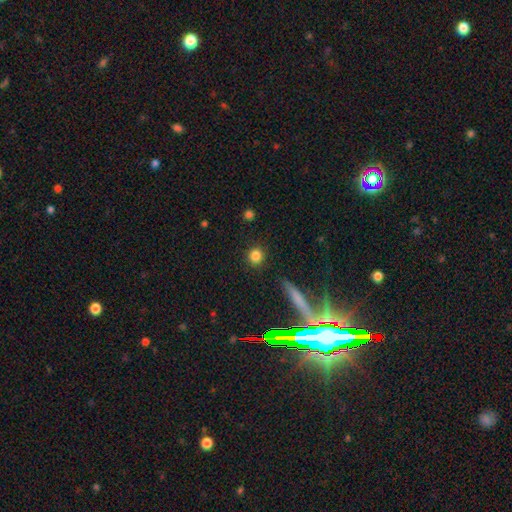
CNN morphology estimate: Smooth or featured? smooth (83%)
How rounded? round (88%)
Merging? none (89%)